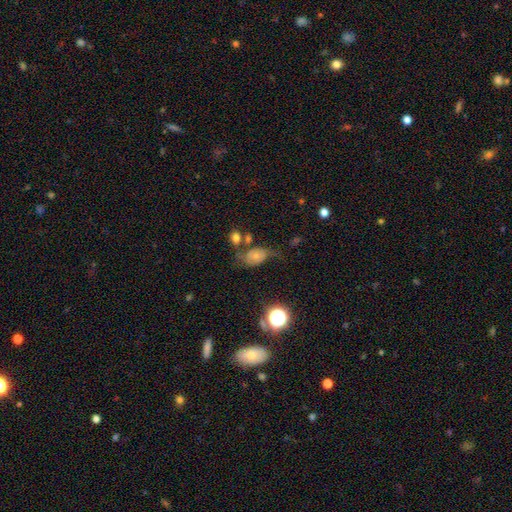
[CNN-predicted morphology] smooth-or-featured: smooth: 50% | featured or disk: 35% | star or artifact: 14%
  how-rounded: in between: 73% | round: 25% | cigar-shaped: 2%
  merging: none: 34% | minor disturbance: 26% | major disturbance: 26% | merger: 14%